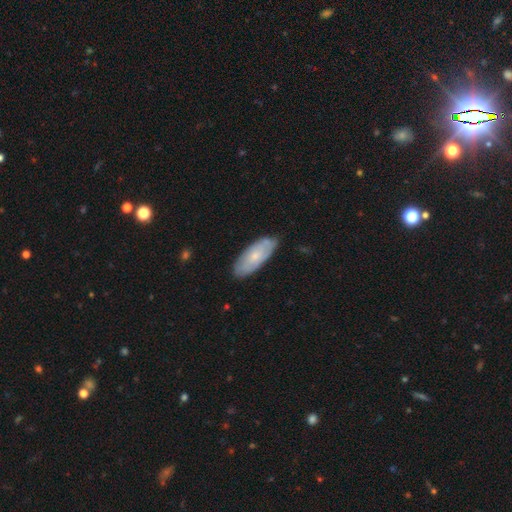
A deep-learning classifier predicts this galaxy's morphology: Smooth or featured: smooth — 55% (featured or disk — 40%)
How rounded: in between — 80% (cigar-shaped — 18%)
Merging: none — 78% (minor disturbance — 18%)